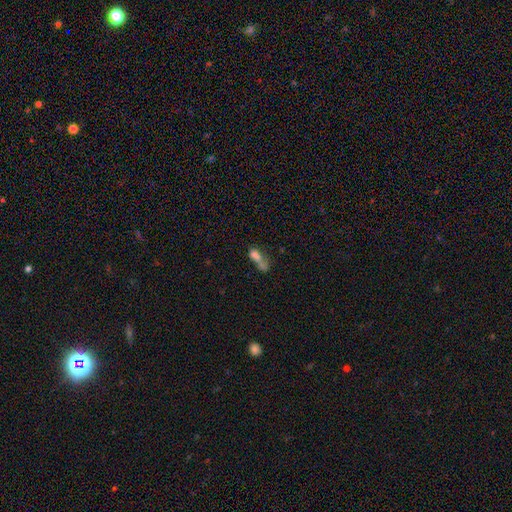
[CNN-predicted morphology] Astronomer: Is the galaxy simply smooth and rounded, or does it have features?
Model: smooth — 64%.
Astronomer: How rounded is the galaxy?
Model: in between — 61%.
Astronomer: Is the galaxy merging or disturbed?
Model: merger — 53%.